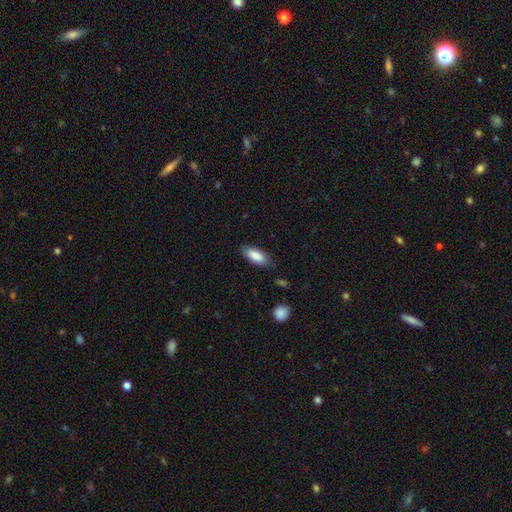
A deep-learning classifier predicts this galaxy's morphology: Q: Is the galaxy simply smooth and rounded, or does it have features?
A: smooth — 86%.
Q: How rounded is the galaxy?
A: in between — 82%.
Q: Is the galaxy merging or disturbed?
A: none — 80%.